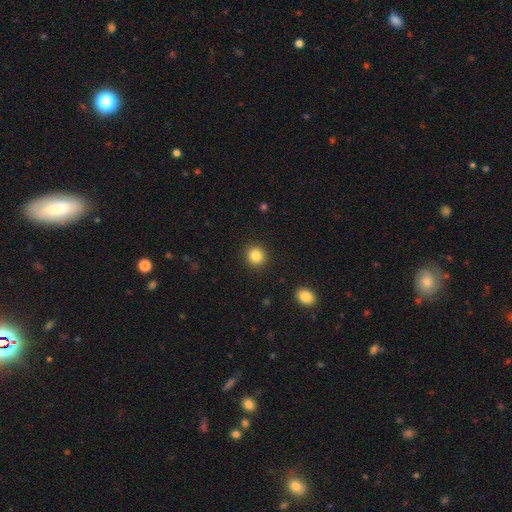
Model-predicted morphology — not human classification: This is clearly a smooth galaxy (85%). How rounded: clearly round (89%). Merging: clearly none (91%).